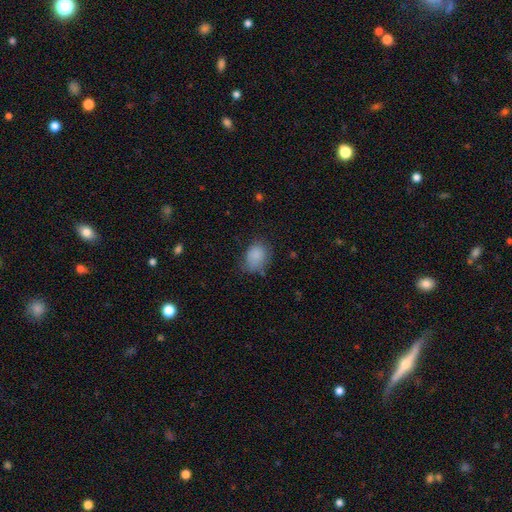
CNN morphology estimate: Smooth or featured?
  - smooth: 85% *
  - star or artifact: 9%
  - featured or disk: 6%
How rounded?
  - in between: 63% *
  - round: 36%
  - cigar-shaped: 1%
Merging?
  - none: 59% *
  - minor disturbance: 30%
  - major disturbance: 9%
  - merger: 2%